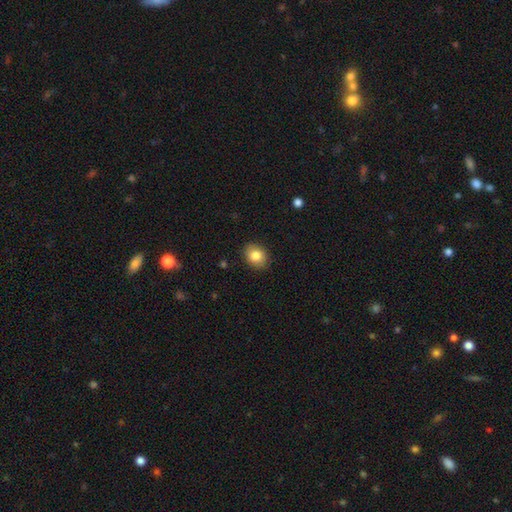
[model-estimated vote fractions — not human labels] Overall: smooth (84%). How rounded: in between (50%; round 49%). Merging: none (88%).